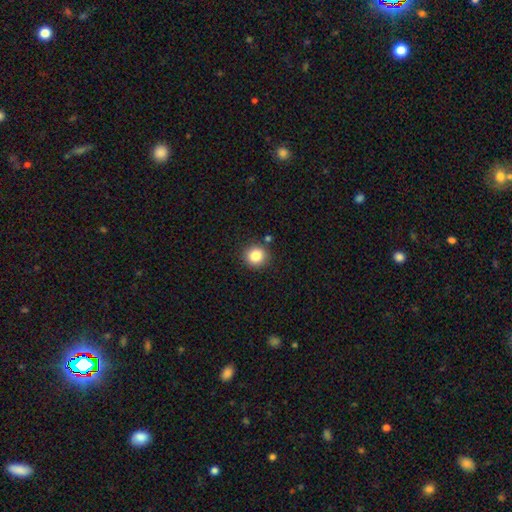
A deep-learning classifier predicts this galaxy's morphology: Smooth or featured? smooth (84%)
How rounded? round (90%)
Merging? none (87%)